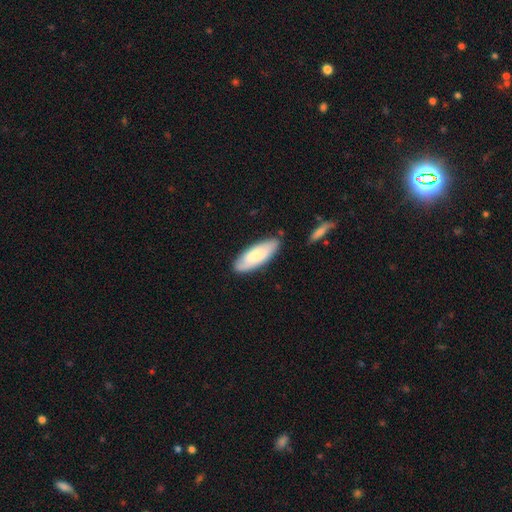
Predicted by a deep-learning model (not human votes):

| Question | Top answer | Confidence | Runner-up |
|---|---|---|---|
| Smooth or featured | smooth | 70% | featured or disk (24%) |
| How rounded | in between | 69% | cigar-shaped (29%) |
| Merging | none | 80% | minor disturbance (14%) |